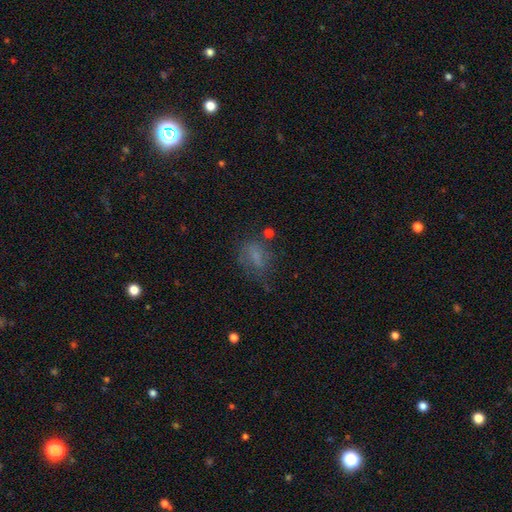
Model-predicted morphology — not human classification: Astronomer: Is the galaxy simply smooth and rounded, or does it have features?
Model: smooth — 55%.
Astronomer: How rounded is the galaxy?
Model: in between — 70%.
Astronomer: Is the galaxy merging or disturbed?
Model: none — 50%.